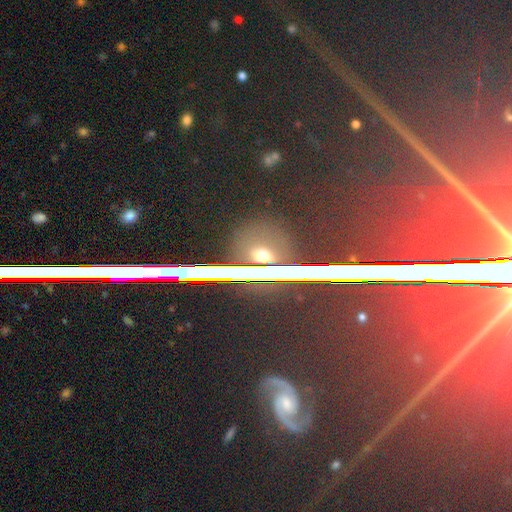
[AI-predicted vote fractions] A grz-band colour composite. It shows a star or artifact, not a galaxy (73%).